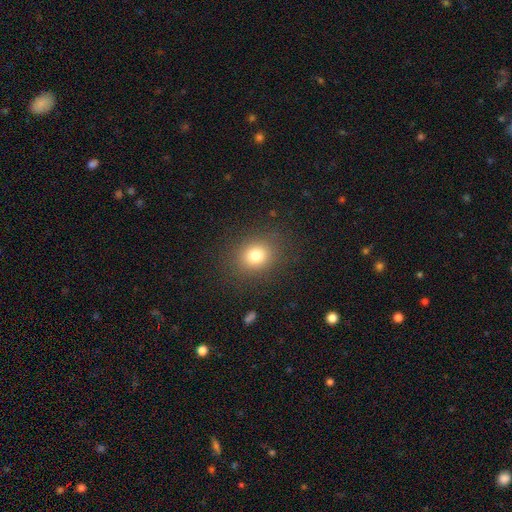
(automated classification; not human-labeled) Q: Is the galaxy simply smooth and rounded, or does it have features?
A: smooth — 78%.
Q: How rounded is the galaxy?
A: round — 68%.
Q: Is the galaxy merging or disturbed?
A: none — 86%.